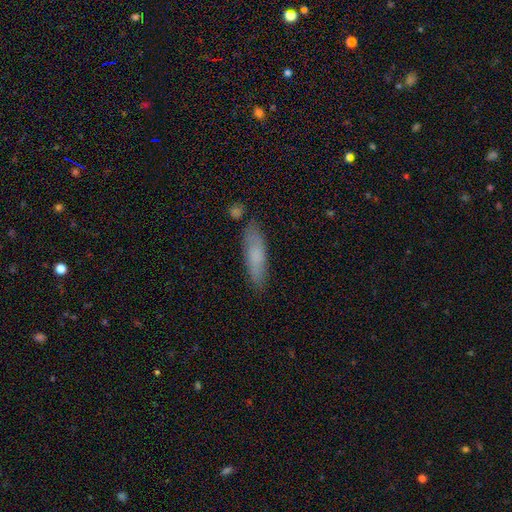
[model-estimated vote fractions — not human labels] This is likely a smooth galaxy (72%). How rounded: likely cigar-shaped (67%). Merging: likely none (77%).